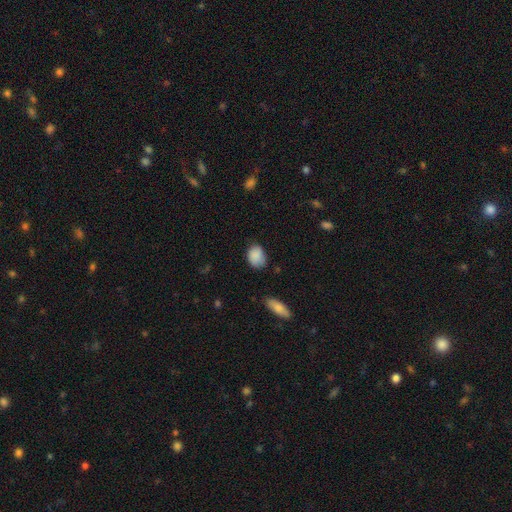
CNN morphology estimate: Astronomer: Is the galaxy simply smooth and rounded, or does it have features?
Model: smooth — 88%.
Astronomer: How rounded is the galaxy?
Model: in between — 66%.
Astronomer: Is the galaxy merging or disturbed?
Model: none — 71%.